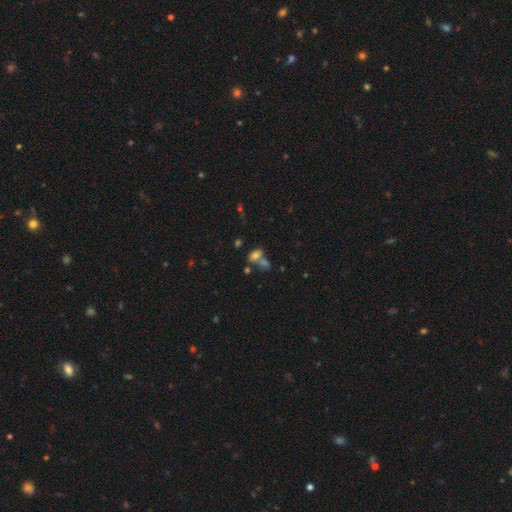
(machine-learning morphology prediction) smooth 66%, star or artifact 17%, featured or disk 17%. Down the decision tree: how rounded — in between (83%); merging — merger (43%).